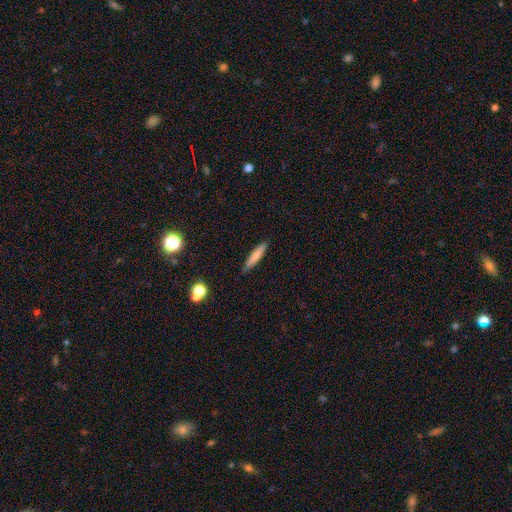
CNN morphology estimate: A smooth galaxy with no disk features (76%) that is cigar-shaped (90%).

Vote fractions:
- Smooth or featured? smooth: 76% / featured or disk: 17% / star or artifact: 7%
- How rounded? cigar-shaped: 90% / in between: 9% / round: 1%
- Merging? none: 88% / minor disturbance: 9% / major disturbance: 2% / merger: 1%